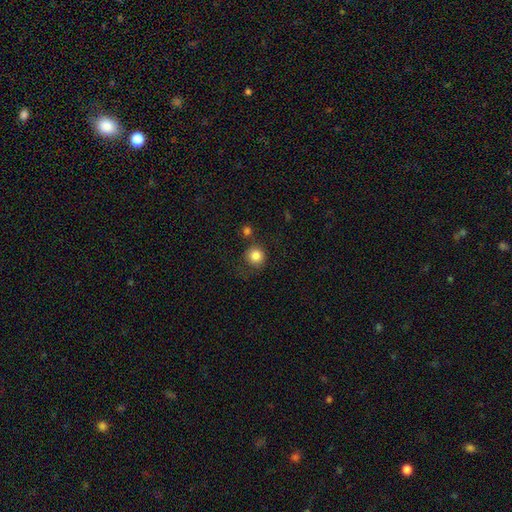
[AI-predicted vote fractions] This is clearly a smooth galaxy (85%). How rounded: clearly round (93%). Merging: likely none (71%).